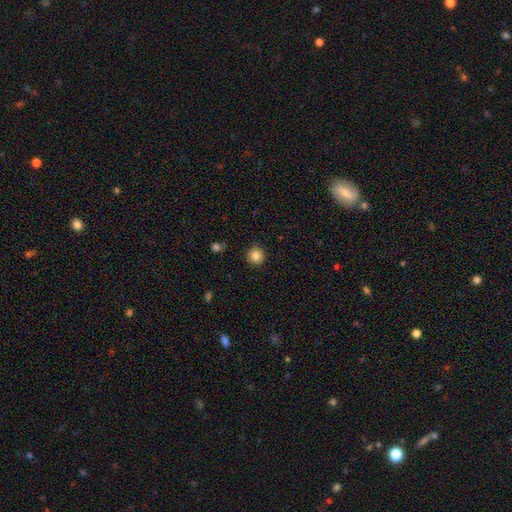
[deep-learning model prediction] smooth-or-featured: smooth: 84% | star or artifact: 10% | featured or disk: 6%
  how-rounded: round: 94% | in between: 5% | cigar-shaped: 1%
  merging: none: 91% | minor disturbance: 6% | major disturbance: 2% | merger: 1%